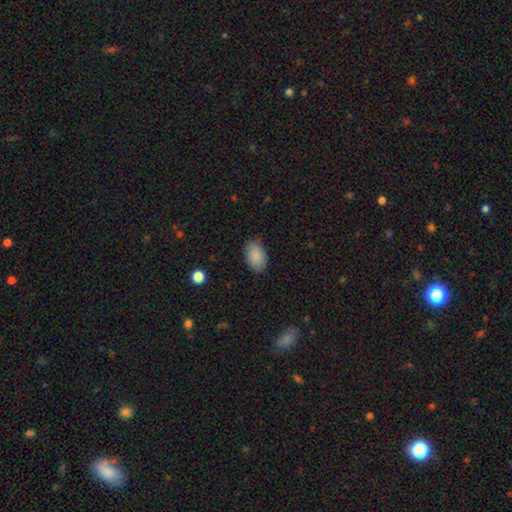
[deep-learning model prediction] smooth_or_featured: smooth (p=0.88) [alt: star or artifact p=0.07]
how_rounded: in between (p=0.88) [alt: round p=0.10]
merging: none (p=0.82) [alt: minor disturbance p=0.14]